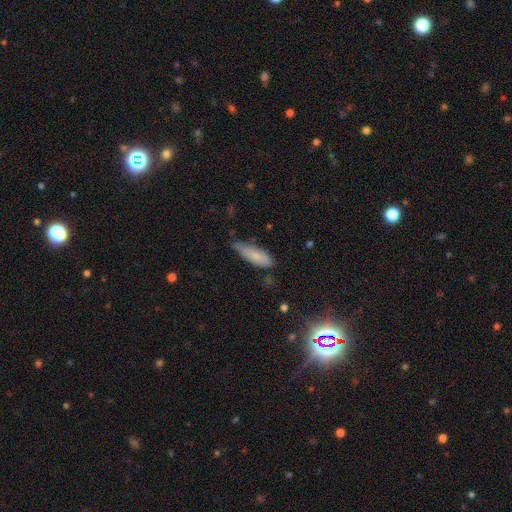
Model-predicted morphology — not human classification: A smooth galaxy with no disk features (78%) that is in between round and cigar-shaped (53%). Merging: none (54%).